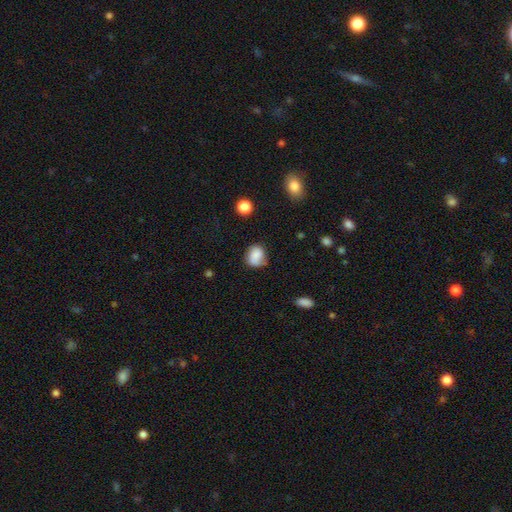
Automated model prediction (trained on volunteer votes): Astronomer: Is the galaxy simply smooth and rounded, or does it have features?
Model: smooth — 79%.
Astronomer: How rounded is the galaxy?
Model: round — 56% (runner-up: in between, 43%).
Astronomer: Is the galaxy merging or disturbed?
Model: none — 60%.